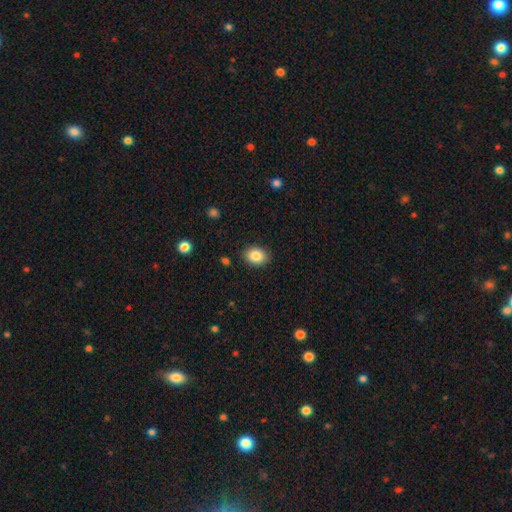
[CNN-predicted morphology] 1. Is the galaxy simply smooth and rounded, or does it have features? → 85% smooth, 8% star or artifact, 6% featured or disk.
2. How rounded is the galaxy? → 66% in between, 33% round, 1% cigar-shaped.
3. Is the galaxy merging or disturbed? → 88% none, 9% minor disturbance, 2% major disturbance, 1% merger.